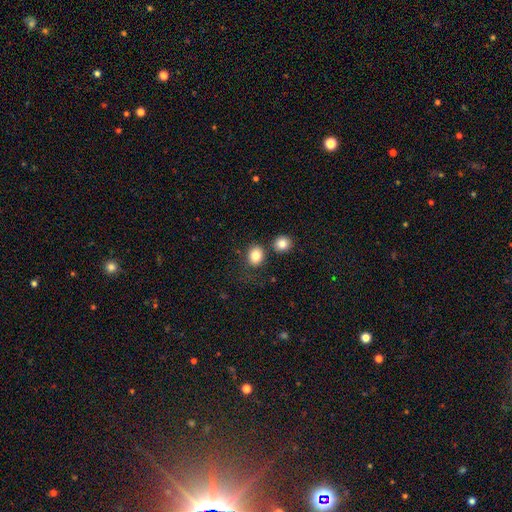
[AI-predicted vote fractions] Smooth or featured? smooth (83%)
How rounded? round (65%)
Merging? none (69%)